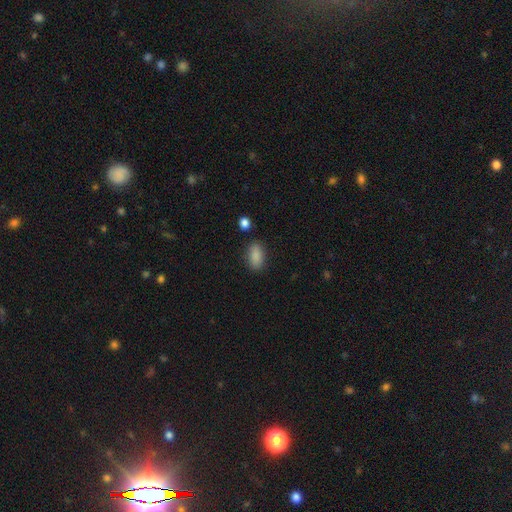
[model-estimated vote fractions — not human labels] The model was most divided on "merging": none: 84%, minor disturbance: 11%, major disturbance: 3%, merger: 3%. More confident: how rounded — in between (89%); smooth or featured — smooth (88%).